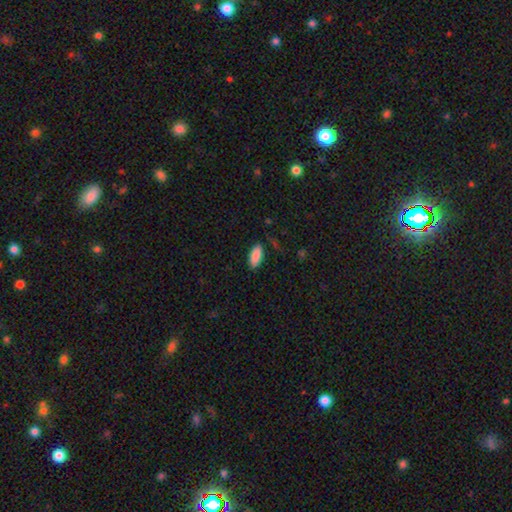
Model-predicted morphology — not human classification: This appears to be a smooth galaxy with no disk features (88%) that is in between round and cigar-shaped (85%). Merging: none (83%).